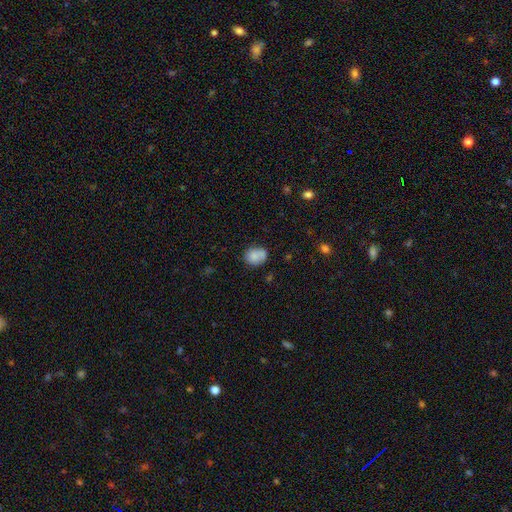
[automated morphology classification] Smooth or featured? Predicted: smooth (p=0.81). How rounded? Predicted: round (p=0.53). Merging? Predicted: none (p=0.61).